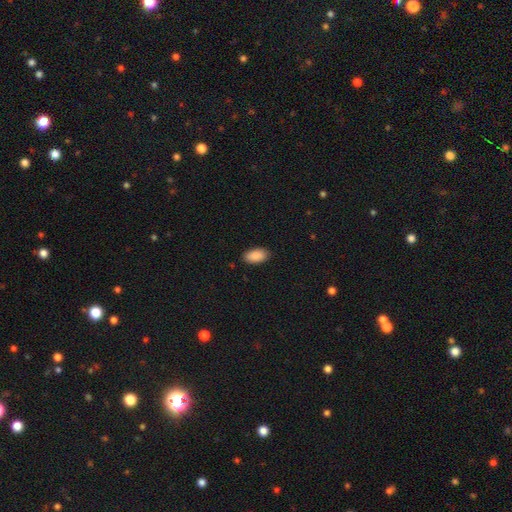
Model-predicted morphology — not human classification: Smooth or featured? smooth (90%)
How rounded? in between (94%)
Merging? none (87%)